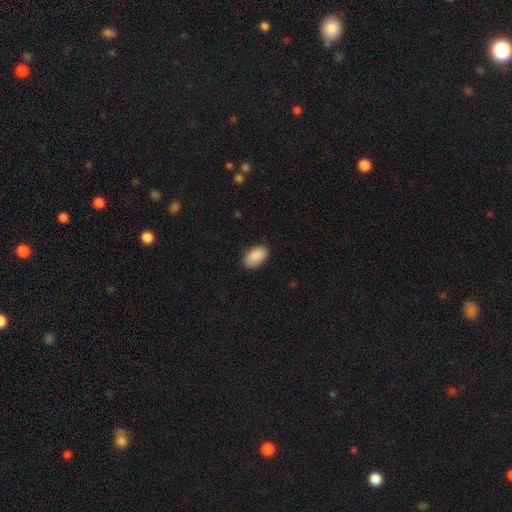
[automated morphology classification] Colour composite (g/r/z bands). It shows a smooth galaxy with no disk features (89%) that is in between round and cigar-shaped (93%). Merging: none (79%).